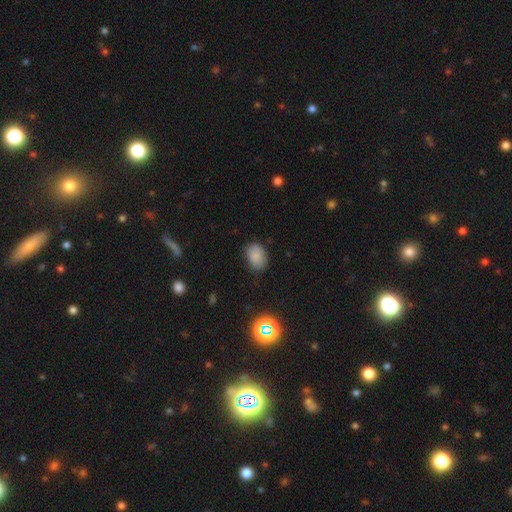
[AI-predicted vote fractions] A smooth galaxy with no disk features (83%) that is in between round and cigar-shaped (79%). Merging: none (76%).